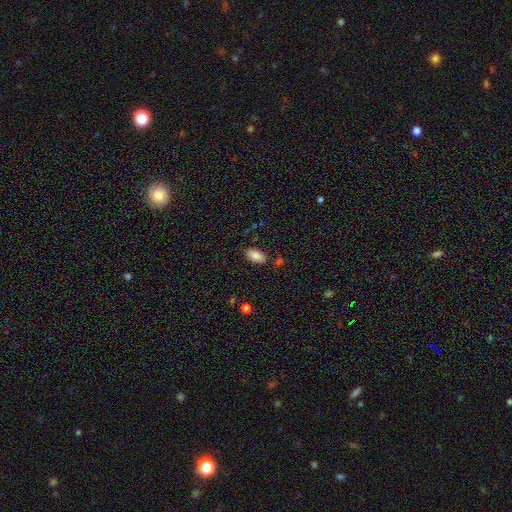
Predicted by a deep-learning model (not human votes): This is clearly a smooth galaxy (86%). How rounded: clearly in between (93%). Merging: clearly none (80%).